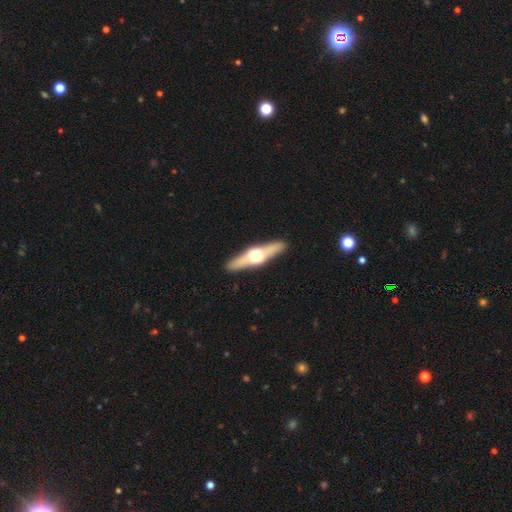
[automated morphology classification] type=featured or disk (73%); edge-on=yes (96%); edge-on bulge=rounded (95%); merging=none (90%).